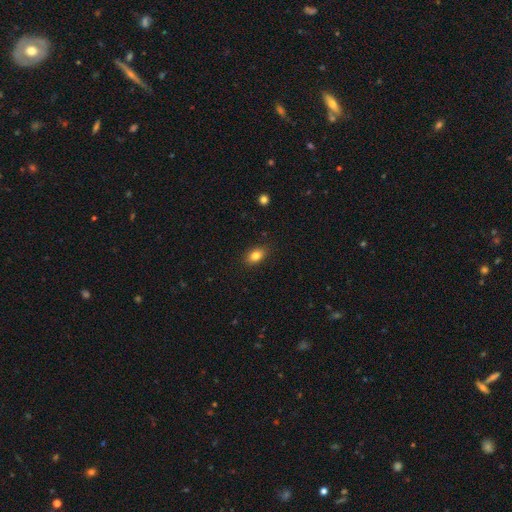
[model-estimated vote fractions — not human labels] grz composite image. It shows a smooth galaxy with no disk features (82%) that is in between round and cigar-shaped (80%). Merging: none (88%).